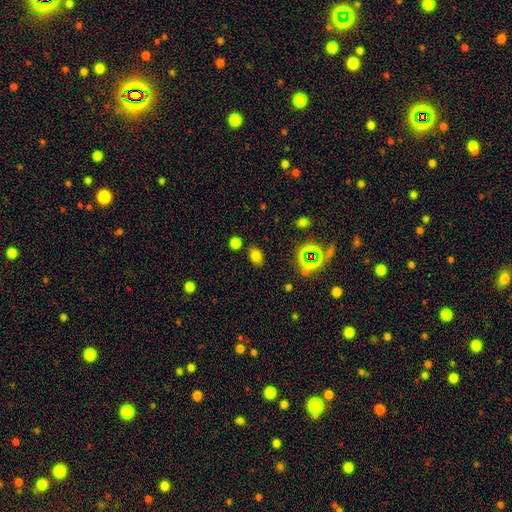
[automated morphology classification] A smooth galaxy with no disk features (71%) that is in between round and cigar-shaped (68%). Merging: none (79%).